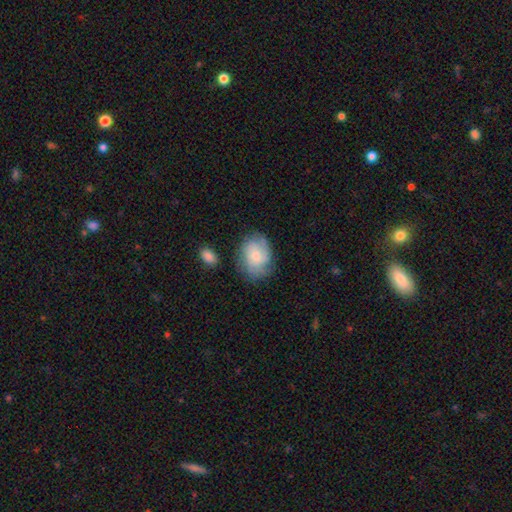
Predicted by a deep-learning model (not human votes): The model was most divided on "smooth or featured": featured or disk: 50%, smooth: 42%, star or artifact: 7%. More confident: edge-on disk — no (97%); merging — none (67%).